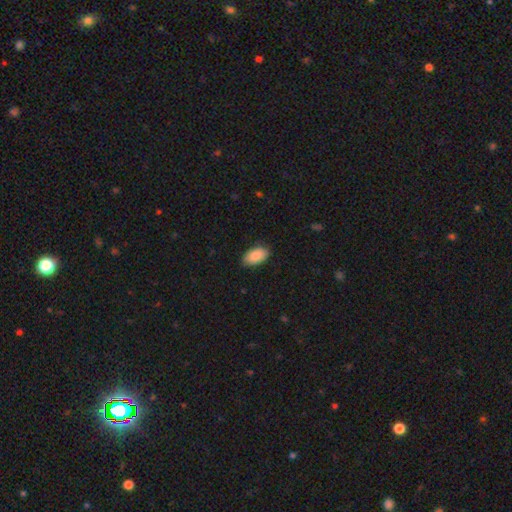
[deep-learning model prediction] smooth-or-featured: smooth: 89% | star or artifact: 6% | featured or disk: 4%
  how-rounded: in between: 95% | round: 3% | cigar-shaped: 2%
  merging: none: 86% | minor disturbance: 11% | major disturbance: 2% | merger: 1%